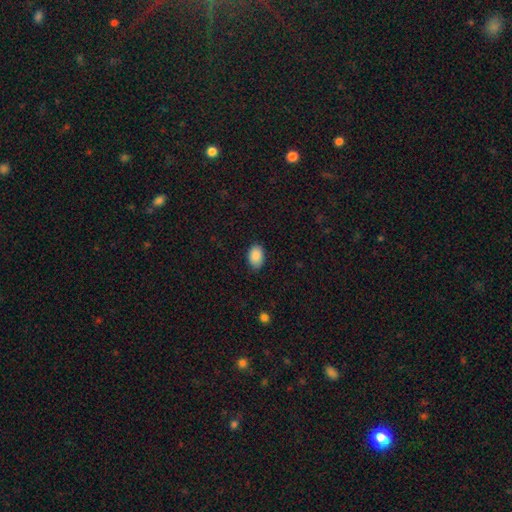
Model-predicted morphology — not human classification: Smooth or featured? smooth (89%)
How rounded? in between (86%)
Merging? none (83%)